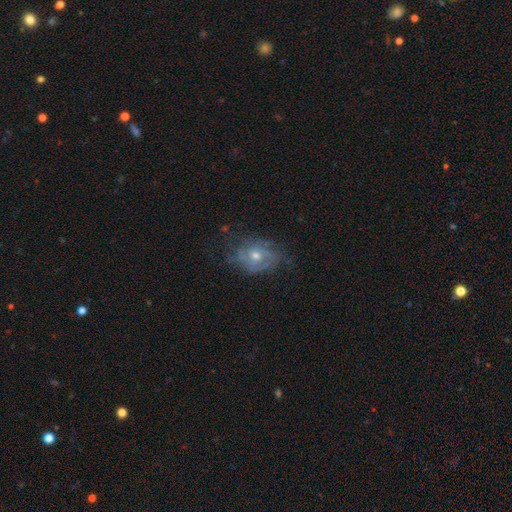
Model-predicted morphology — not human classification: This is likely a featured or disk galaxy (67%). It is clearly not viewed edge-on (96%). Bar: likely no (79%). Spiral arm pattern: likely yes (75%). Central bulge: likely moderate (61%). Merging: likely none (61%).